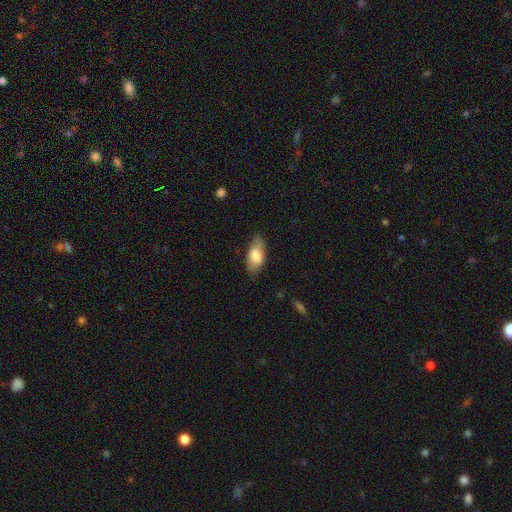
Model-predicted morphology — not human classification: smooth 72%, featured or disk 21%, star or artifact 6%. Down the decision tree: how rounded — in between (84%); merging — none (75%).